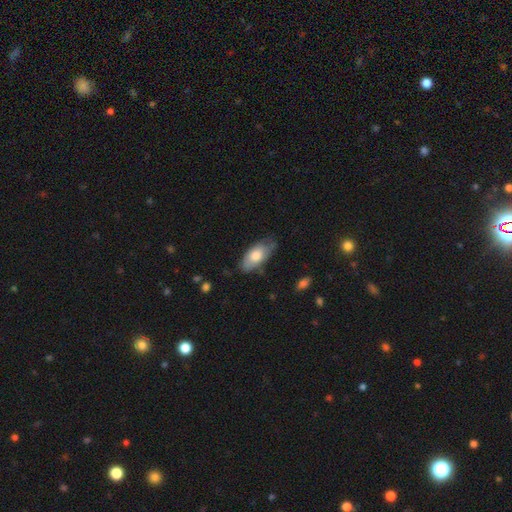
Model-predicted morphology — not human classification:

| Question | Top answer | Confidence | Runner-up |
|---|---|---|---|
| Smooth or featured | smooth | 71% | featured or disk (24%) |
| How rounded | in between | 91% | cigar-shaped (6%) |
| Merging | none | 61% | minor disturbance (31%) |